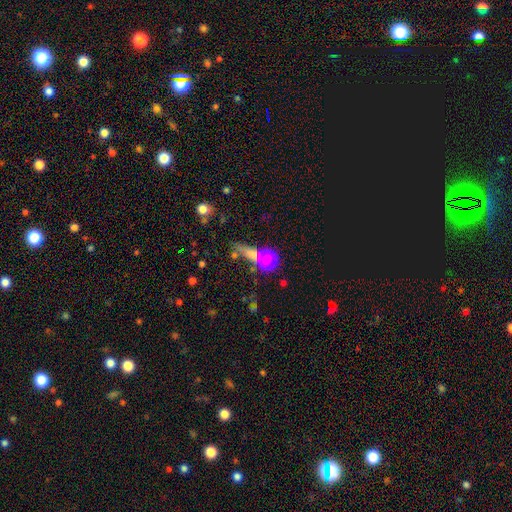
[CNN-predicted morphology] A smooth galaxy with no disk features (67%) that is round (58%).

Vote fractions:
- Smooth or featured? smooth: 67% / star or artifact: 19% / featured or disk: 15%
- How rounded? round: 58% / in between: 22% / cigar-shaped: 20%
- Merging? none: 47% / merger: 30% / minor disturbance: 12% / major disturbance: 10%